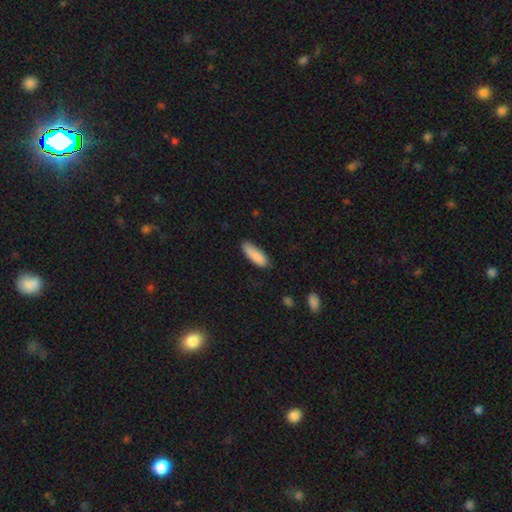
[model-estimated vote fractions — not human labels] smooth 88%, star or artifact 6%, featured or disk 6%. Down the decision tree: how rounded — in between (54%); merging — none (79%).